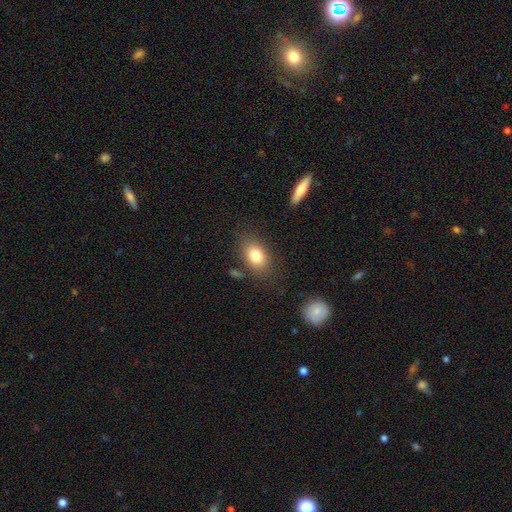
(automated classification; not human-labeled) Smooth or featured: smooth — 81% (featured or disk — 11%)
How rounded: in between — 82% (round — 16%)
Merging: none — 79% (minor disturbance — 13%)